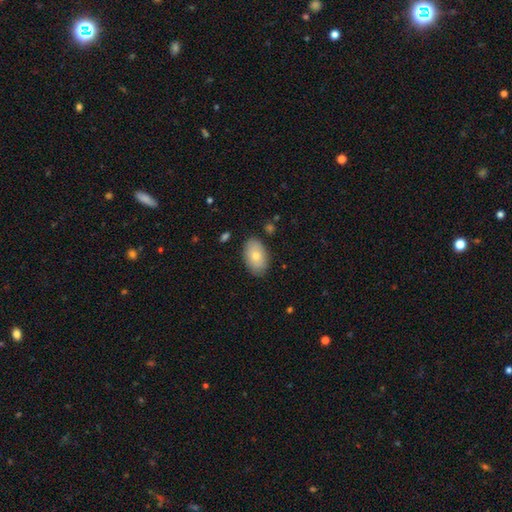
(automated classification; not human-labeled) Smooth or featured?
  - smooth: 76% *
  - featured or disk: 18%
  - star or artifact: 7%
How rounded?
  - in between: 92% *
  - round: 7%
  - cigar-shaped: 1%
Merging?
  - none: 85% *
  - minor disturbance: 11%
  - major disturbance: 2%
  - merger: 1%